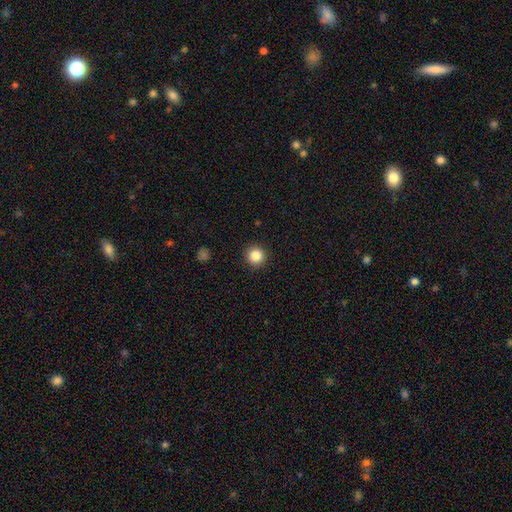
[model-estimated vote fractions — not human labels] A smooth galaxy with no disk features (85%) that is round (94%).

Vote fractions:
- Smooth or featured? smooth: 85% / star or artifact: 10% / featured or disk: 5%
- How rounded? round: 94% / in between: 5% / cigar-shaped: 1%
- Merging? none: 92% / minor disturbance: 5% / major disturbance: 2% / merger: 1%